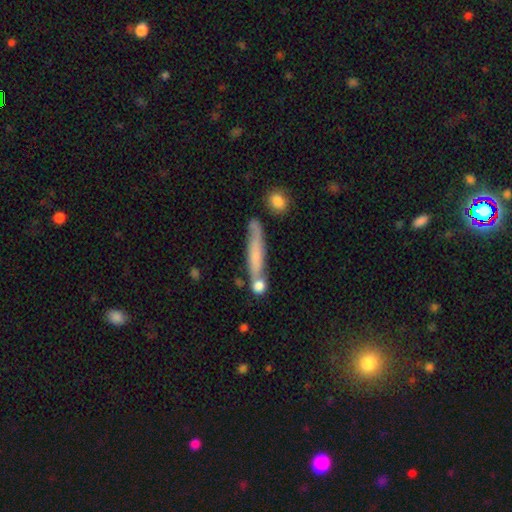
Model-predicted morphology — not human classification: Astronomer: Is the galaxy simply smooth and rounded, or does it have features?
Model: smooth — 58% (runner-up: featured or disk, 34%).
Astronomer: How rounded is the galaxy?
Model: cigar-shaped — 91%.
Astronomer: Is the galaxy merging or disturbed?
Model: none — 66%.